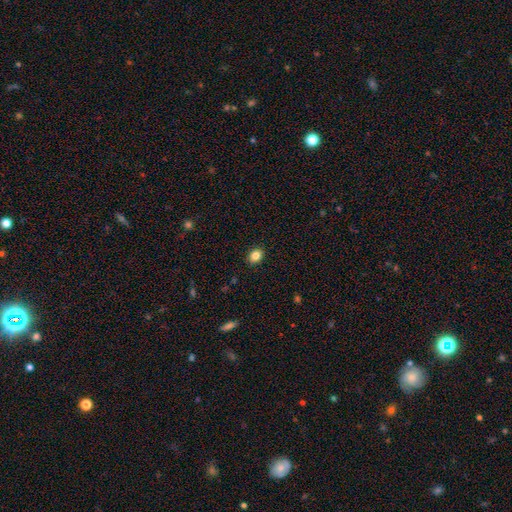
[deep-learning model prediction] A smooth galaxy with no disk features (84%) that is in between round and cigar-shaped (58%).

Vote fractions:
- Smooth or featured? smooth: 84% / star or artifact: 10% / featured or disk: 6%
- How rounded? in between: 58% / round: 41% / cigar-shaped: 1%
- Merging? none: 90% / minor disturbance: 7% / major disturbance: 2% / merger: 1%